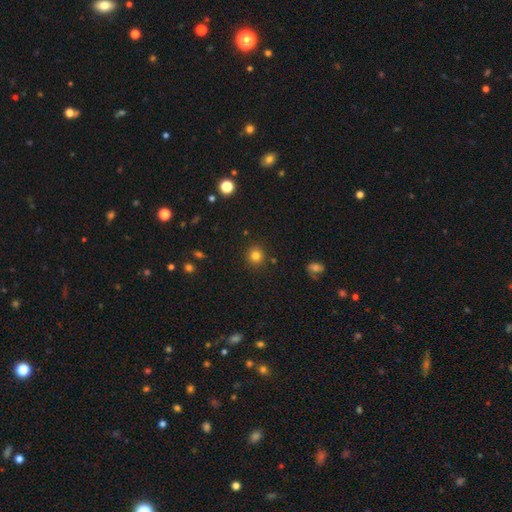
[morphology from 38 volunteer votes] Smooth or featured?
  - smooth: 92% *
  - featured or disk: 5%
  - star or artifact: 3%
How rounded?
  - round: 94% *
  - in between: 6%
  - cigar-shaped: 0%
Merging?
  - none: 95% *
  - minor disturbance: 3%
  - major disturbance: 3%
  - merger: 0%